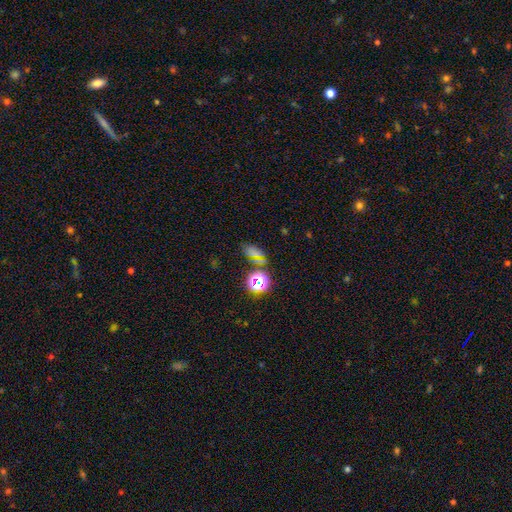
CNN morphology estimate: Q: Smooth or featured?
A: smooth (48%); runner-up: star or artifact (43%)
Q: Merging?
A: none (69%); runner-up: minor disturbance (14%)